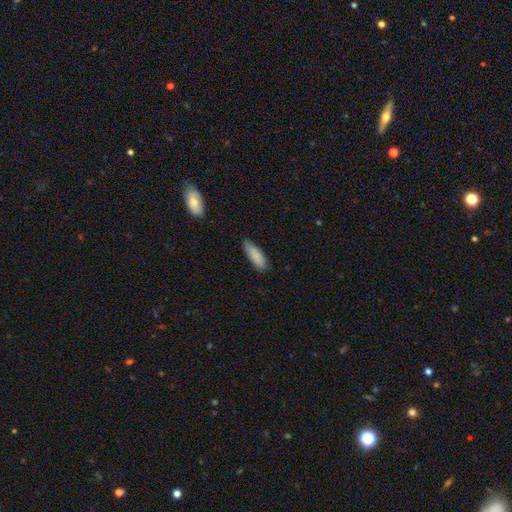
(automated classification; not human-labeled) This is clearly a smooth galaxy (85%). How rounded: possibly in between (58%). Merging: likely none (74%).